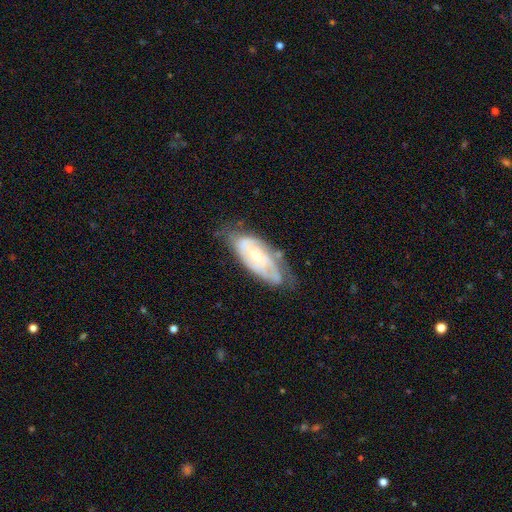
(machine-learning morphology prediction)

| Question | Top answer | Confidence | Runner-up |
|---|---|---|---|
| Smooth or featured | featured or disk | 75% | smooth (19%) |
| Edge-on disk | no | 91% | yes (9%) |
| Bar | no | 61% | weak (31%) |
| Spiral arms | yes | 87% | no (13%) |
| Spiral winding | tight | 57% | medium (33%) |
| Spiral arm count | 2 | 39% | tied: can't tell (39%) |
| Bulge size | small | 54% | moderate (42%) |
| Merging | none | 59% | minor disturbance (29%) |